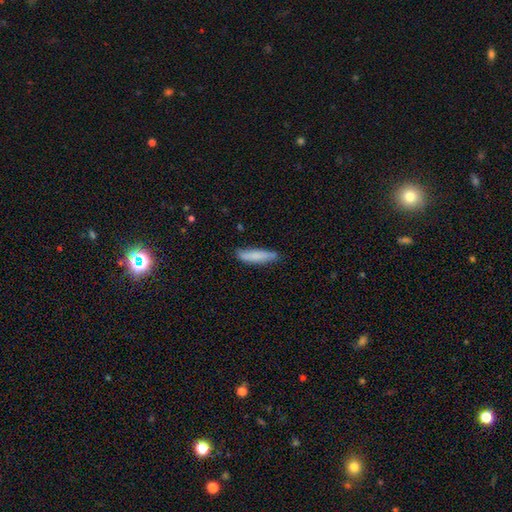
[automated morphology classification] The model was most divided on "merging": none: 78%, minor disturbance: 18%, major disturbance: 3%, merger: 2%. More confident: smooth or featured — smooth (80%); how rounded — cigar-shaped (79%).